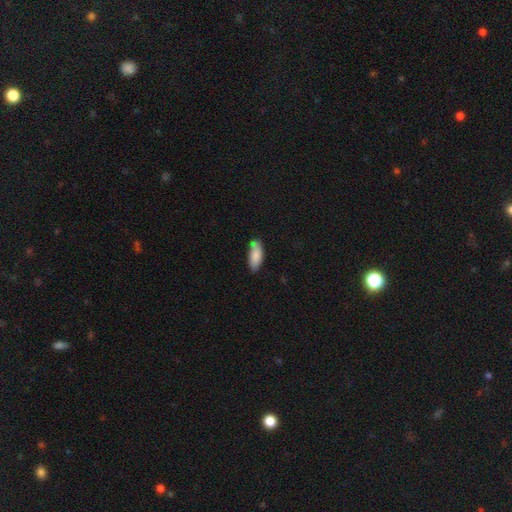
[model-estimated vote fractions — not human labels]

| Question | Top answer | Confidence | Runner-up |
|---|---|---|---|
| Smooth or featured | smooth | 85% | featured or disk (9%) |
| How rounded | in between | 73% | cigar-shaped (26%) |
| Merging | none | 73% | minor disturbance (21%) |